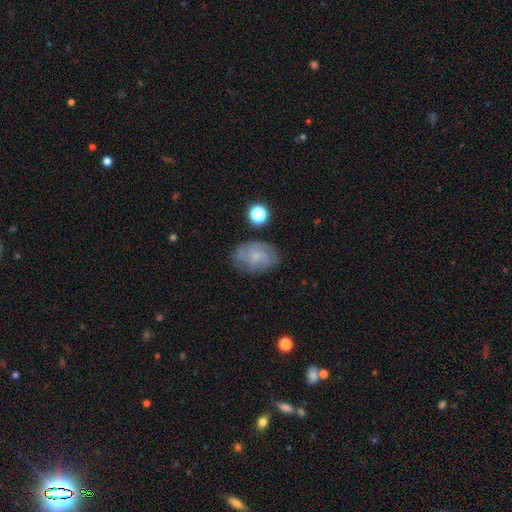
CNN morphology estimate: This appears to be a featured or disk galaxy (49%). Merging: none (71%).